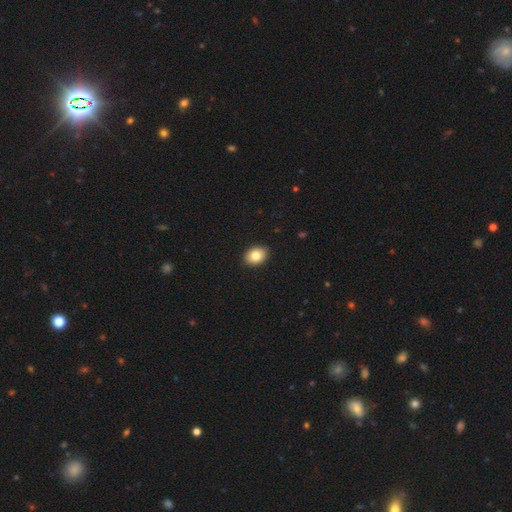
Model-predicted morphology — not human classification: A smooth galaxy with no disk features (83%) that is in between round and cigar-shaped (72%). Merging: none (89%).